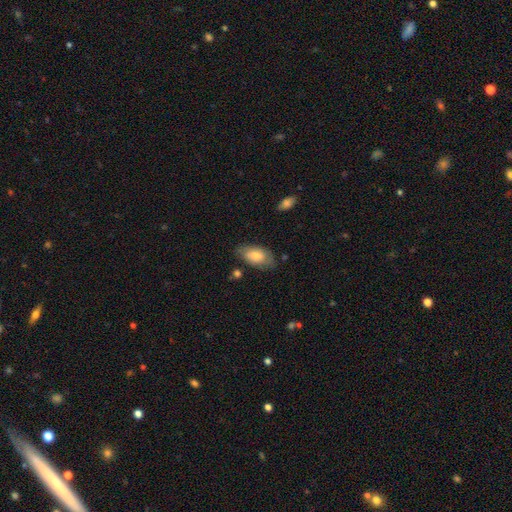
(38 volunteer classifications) Smooth or featured: smooth — 84% (featured or disk — 13%)
How rounded: in between — 88% (round — 12%)
Merging: none — 68% (minor disturbance — 22%)